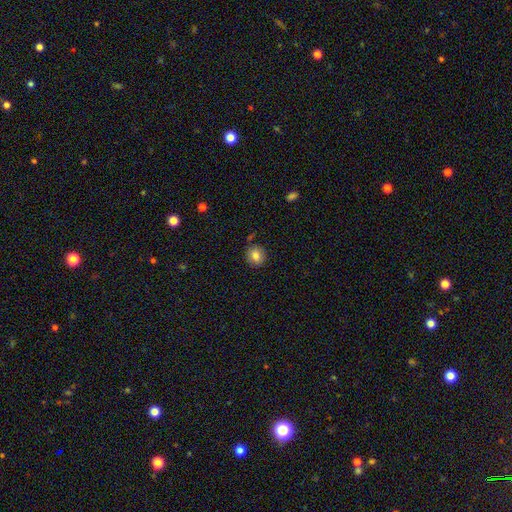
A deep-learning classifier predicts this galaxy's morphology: Smooth or featured? smooth (83%)
How rounded? round (85%)
Merging? none (86%)